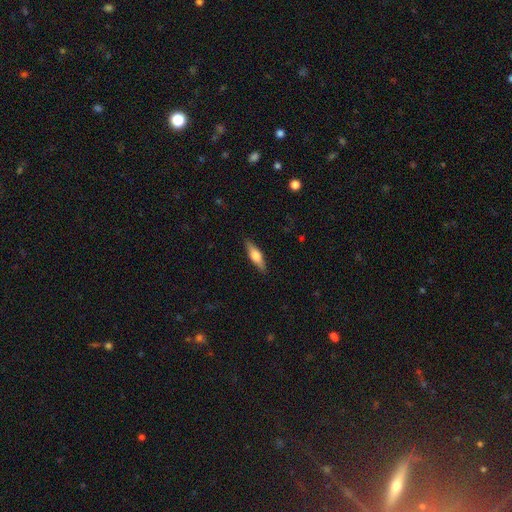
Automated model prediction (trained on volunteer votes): Smooth or featured? Predicted: smooth (p=0.54). How rounded? Predicted: cigar-shaped (p=0.58). Merging? Predicted: none (p=0.88).